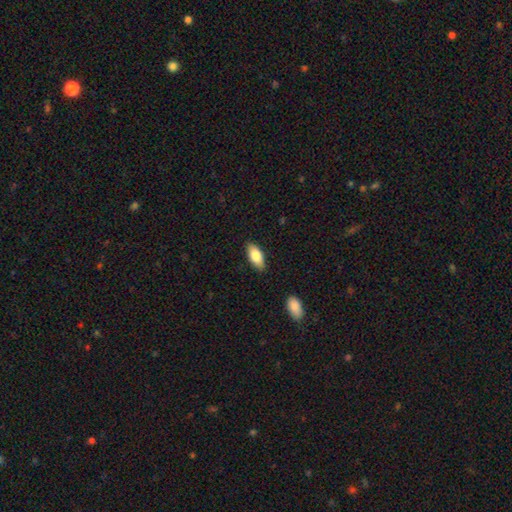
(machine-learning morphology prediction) A smooth galaxy with no disk features (82%) that is in between round and cigar-shaped (88%).

Vote fractions:
- Smooth or featured? smooth: 82% / featured or disk: 12% / star or artifact: 6%
- How rounded? in between: 88% / cigar-shaped: 10% / round: 2%
- Merging? none: 87% / minor disturbance: 10% / major disturbance: 2% / merger: 1%